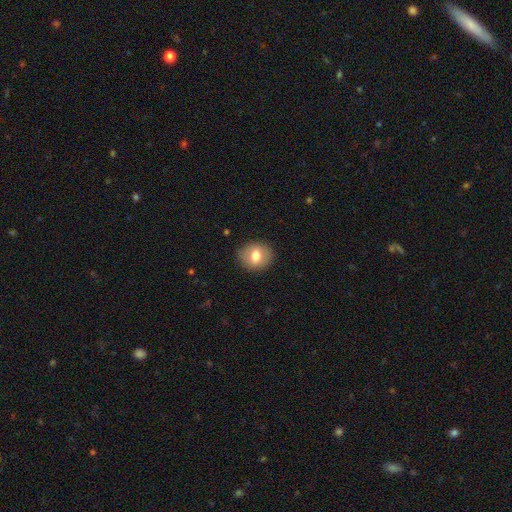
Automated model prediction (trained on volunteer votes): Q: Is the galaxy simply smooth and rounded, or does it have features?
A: smooth — 71%.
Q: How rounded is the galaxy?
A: round — 70%.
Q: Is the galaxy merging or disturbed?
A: none — 88%.